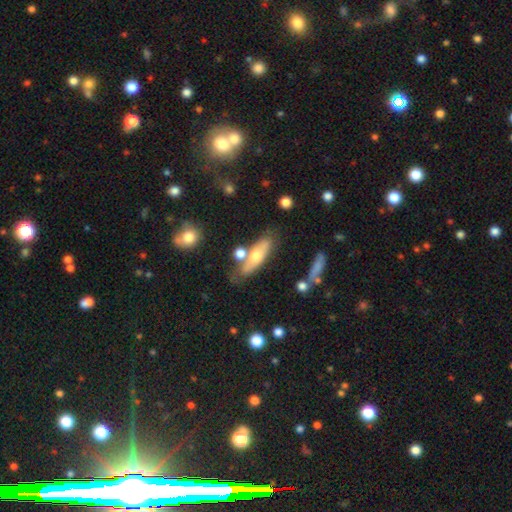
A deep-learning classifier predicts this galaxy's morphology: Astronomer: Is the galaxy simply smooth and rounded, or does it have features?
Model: smooth — 52% (runner-up: featured or disk, 41%).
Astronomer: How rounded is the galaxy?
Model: cigar-shaped — 50% (runner-up: in between, 47%).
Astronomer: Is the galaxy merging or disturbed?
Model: none — 59%.